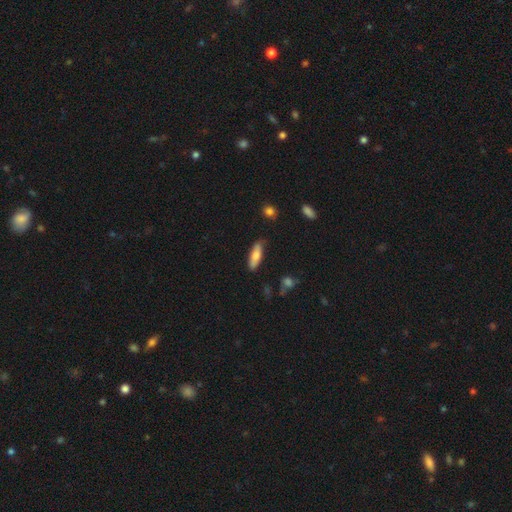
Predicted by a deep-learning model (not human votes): Q: Smooth or featured?
A: smooth (76%); runner-up: featured or disk (18%)
Q: How rounded?
A: cigar-shaped (50%); runner-up: in between (48%)
Q: Merging?
A: none (77%); runner-up: minor disturbance (18%)